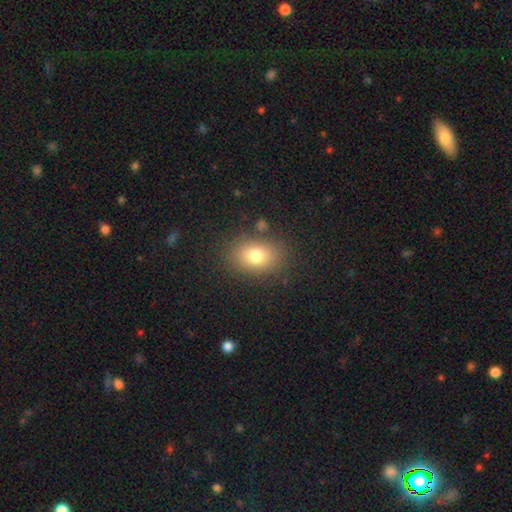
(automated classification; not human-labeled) Morphology: type=smooth (77%); roundness=in between (67%); merging=none (82%).